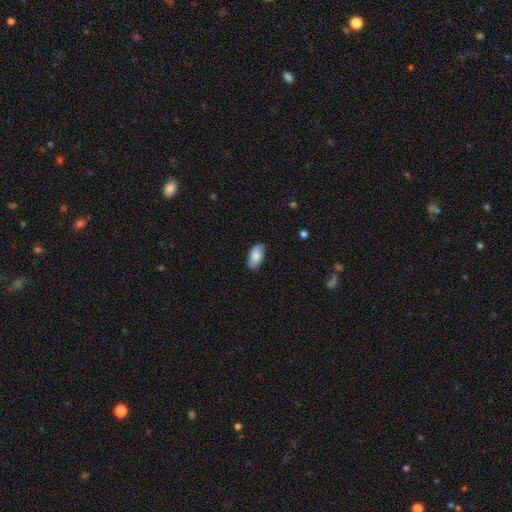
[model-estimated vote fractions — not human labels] Q: Smooth or featured?
A: smooth (78%); runner-up: featured or disk (15%)
Q: How rounded?
A: in between (95%); runner-up: round (3%)
Q: Merging?
A: none (80%); runner-up: minor disturbance (16%)